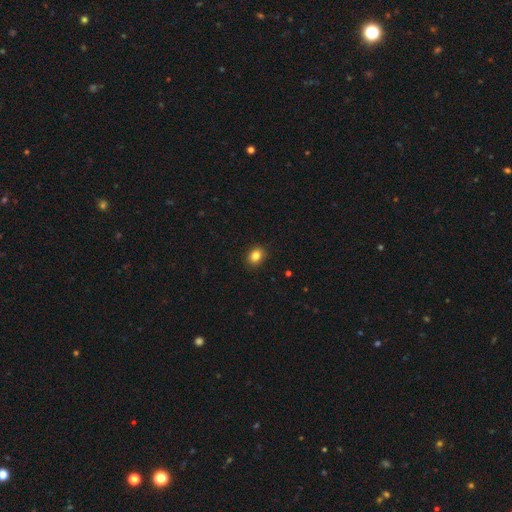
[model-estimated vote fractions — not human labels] Morphology: type=smooth (84%); roundness=round (50%); merging=none (90%).